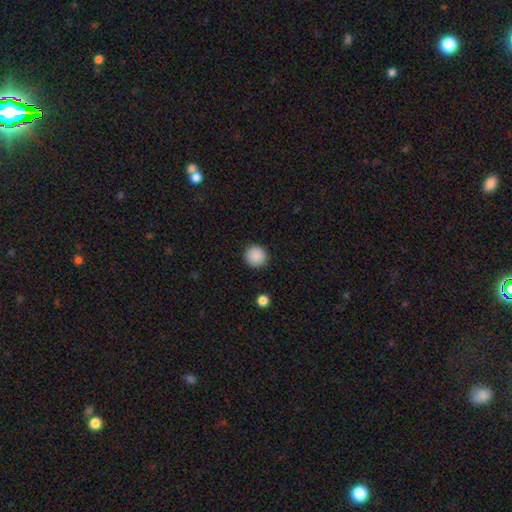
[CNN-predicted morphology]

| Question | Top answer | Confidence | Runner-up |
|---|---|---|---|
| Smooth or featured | smooth | 89% | star or artifact (9%) |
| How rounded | round | 95% | in between (4%) |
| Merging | none | 92% | minor disturbance (5%) |